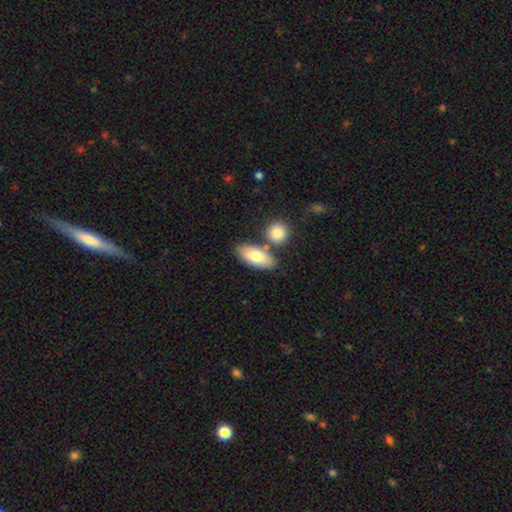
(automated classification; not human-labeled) Morphology: type=smooth (75%); roundness=in between (84%); merging=none (70%).